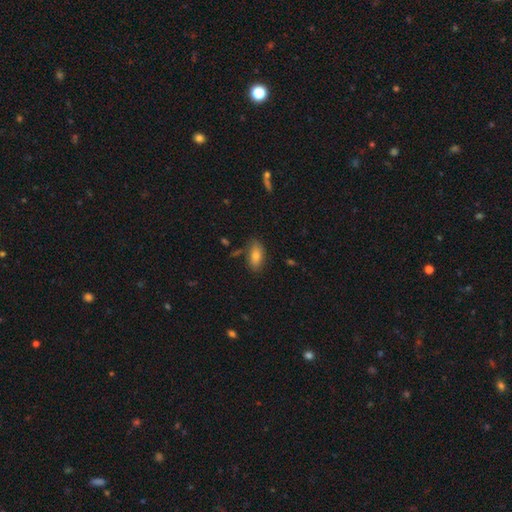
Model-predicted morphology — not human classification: Smooth or featured? Predicted: smooth (p=0.74). How rounded? Predicted: in between (p=0.85). Merging? Predicted: none (p=0.75).